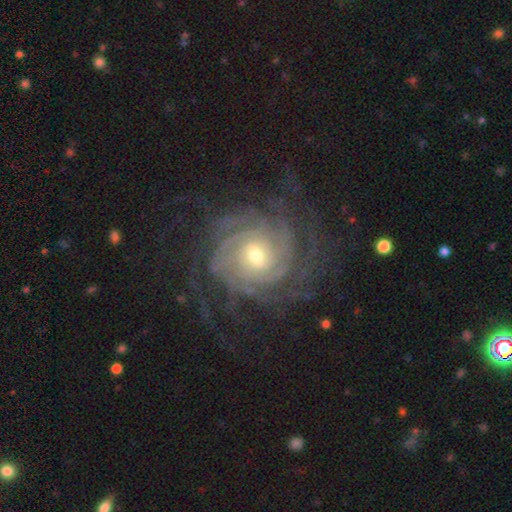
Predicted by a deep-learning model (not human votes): Smooth or featured? featured or disk (89%)
Edge-on disk? no (97%)
Bar? no (55%)
Spiral arms? yes (98%)
Spiral winding? tight (78%)
Spiral arm count? can't tell (29%)
Bulge size? moderate (50%)
Merging? none (74%)